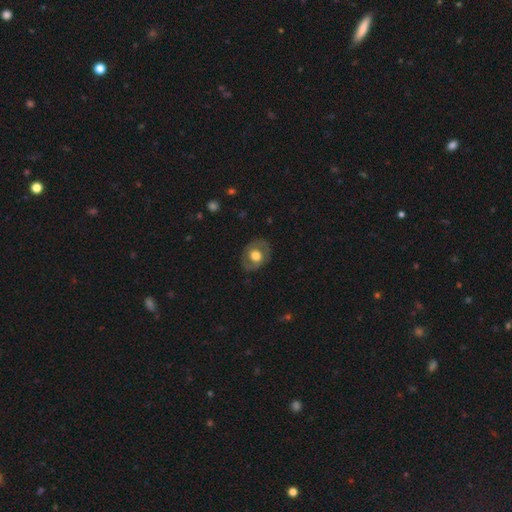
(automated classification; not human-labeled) Smooth or featured? smooth (49%)
Merging? none (80%)